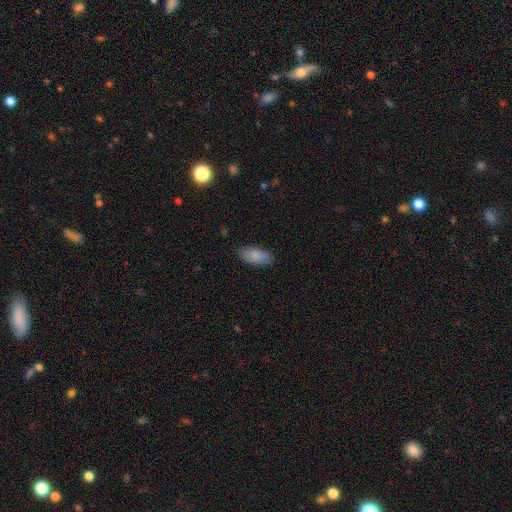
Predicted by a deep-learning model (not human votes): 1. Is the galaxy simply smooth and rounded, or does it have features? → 86% smooth, 7% featured or disk, 6% star or artifact.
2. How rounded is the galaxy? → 89% in between, 9% cigar-shaped, 2% round.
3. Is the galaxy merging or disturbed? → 84% none, 12% minor disturbance, 3% major disturbance, 1% merger.